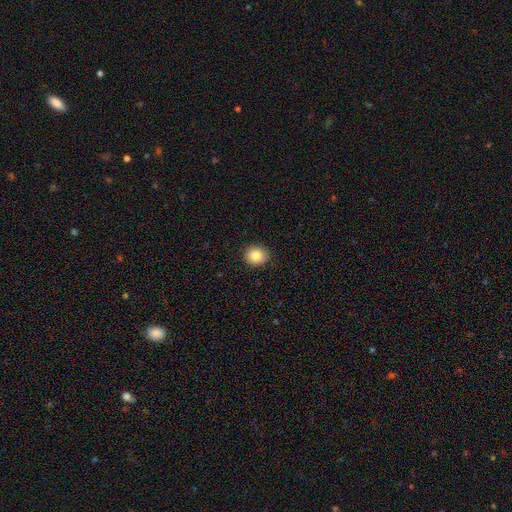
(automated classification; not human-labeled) This appears to be a smooth galaxy with no disk features (85%) that is round (79%). Merging: none (90%).